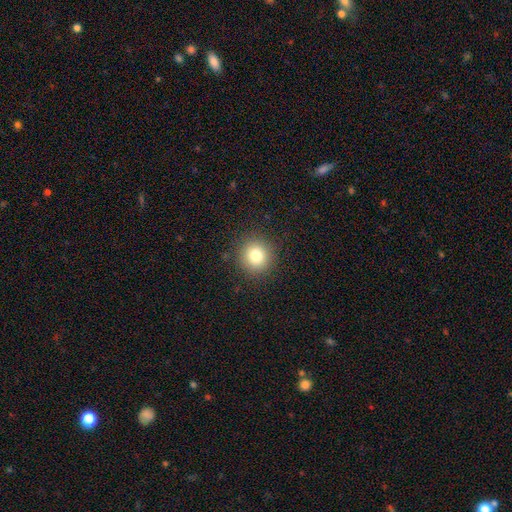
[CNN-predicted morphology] Smooth or featured: smooth — 80% (star or artifact — 12%)
How rounded: round — 92% (in between — 7%)
Merging: none — 90% (minor disturbance — 6%)